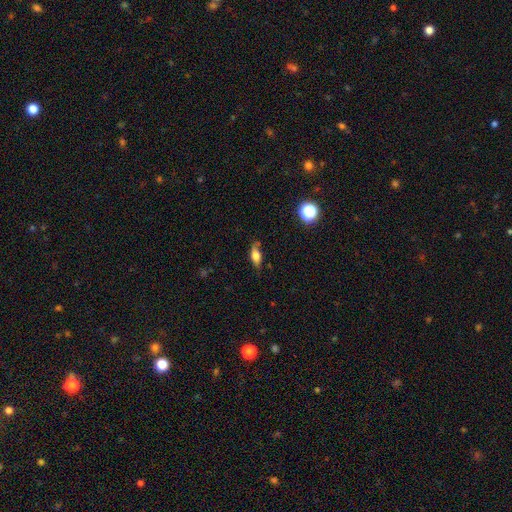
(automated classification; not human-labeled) Smooth or featured?
  - smooth: 62% *
  - featured or disk: 29%
  - star or artifact: 10%
How rounded?
  - in between: 72% *
  - cigar-shaped: 21%
  - round: 7%
Merging?
  - none: 61% *
  - minor disturbance: 28%
  - major disturbance: 9%
  - merger: 2%